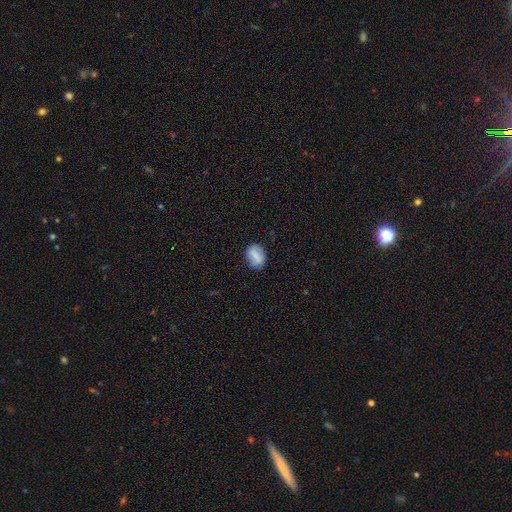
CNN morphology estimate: Smooth or featured?
  - smooth: 79% *
  - featured or disk: 12%
  - star or artifact: 8%
How rounded?
  - in between: 77% *
  - round: 22%
  - cigar-shaped: 2%
Merging?
  - none: 78% *
  - minor disturbance: 17%
  - major disturbance: 4%
  - merger: 2%